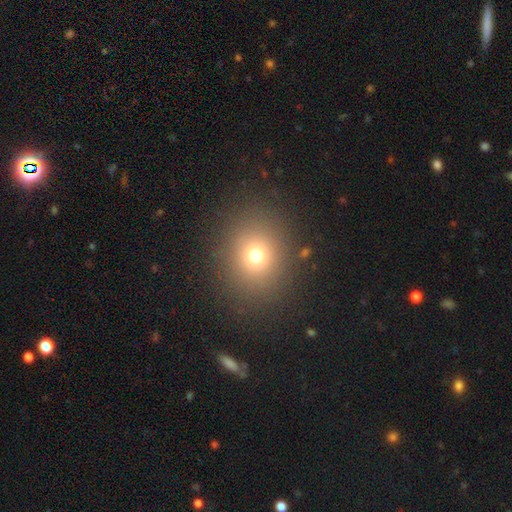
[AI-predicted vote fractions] A smooth galaxy with no disk features (72%) that is round (73%).

Vote fractions:
- Smooth or featured? smooth: 72% / star or artifact: 18% / featured or disk: 10%
- How rounded? round: 73% / in between: 27% / cigar-shaped: 1%
- Merging? none: 87% / minor disturbance: 7% / major disturbance: 4% / merger: 2%